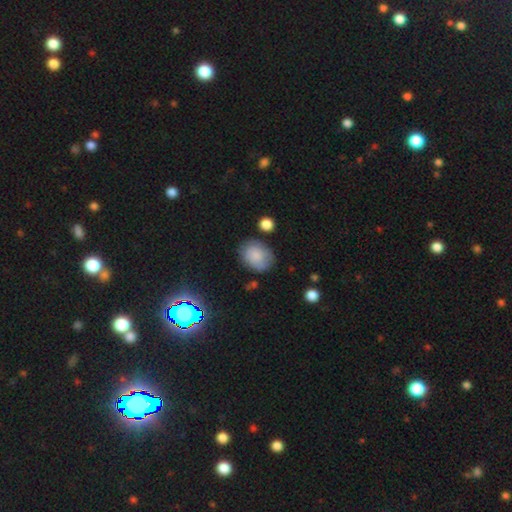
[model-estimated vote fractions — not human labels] Smooth or featured? smooth (81%)
How rounded? in between (58%)
Merging? none (71%)